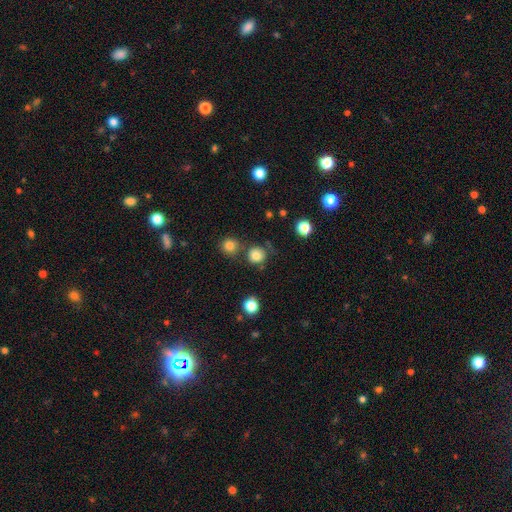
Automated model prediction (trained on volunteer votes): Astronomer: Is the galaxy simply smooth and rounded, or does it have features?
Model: smooth — 81%.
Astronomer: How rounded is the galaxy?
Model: round — 89%.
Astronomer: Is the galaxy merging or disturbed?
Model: none — 72%.